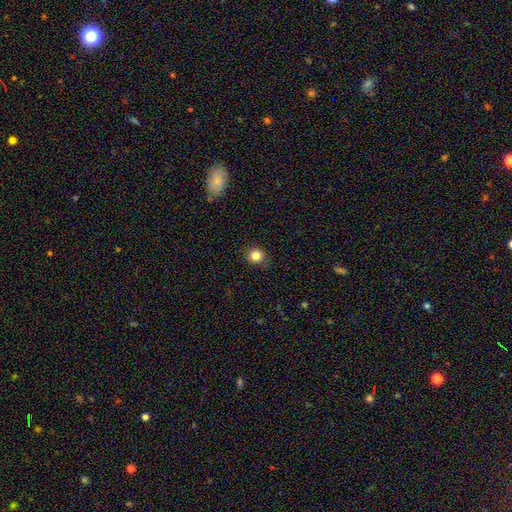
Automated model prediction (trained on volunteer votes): smooth 83%, star or artifact 11%, featured or disk 5%. Down the decision tree: how rounded — round (87%); merging — none (87%).